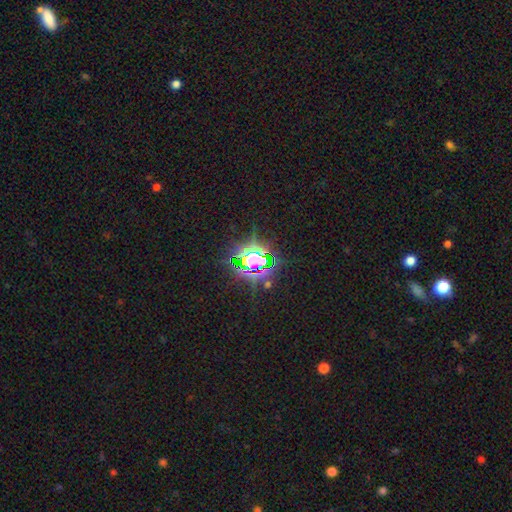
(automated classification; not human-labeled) This is likely a star or artifact rather than a galaxy (79%).